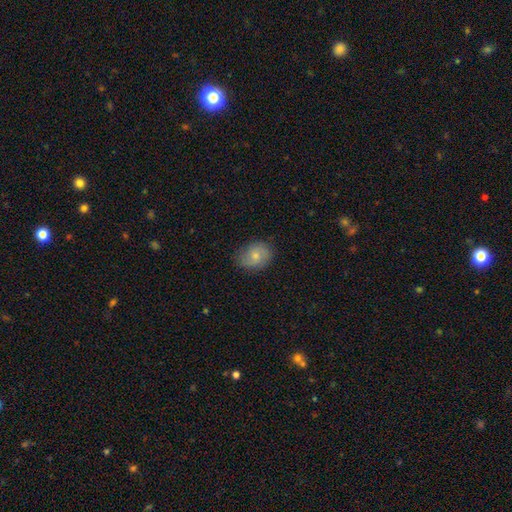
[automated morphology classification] A smooth galaxy with no disk features (62%) that is in between round and cigar-shaped (54%).

Vote fractions:
- Smooth or featured? smooth: 62% / featured or disk: 30% / star or artifact: 8%
- How rounded? in between: 54% / round: 45% / cigar-shaped: 1%
- Merging? none: 76% / minor disturbance: 18% / major disturbance: 5% / merger: 1%